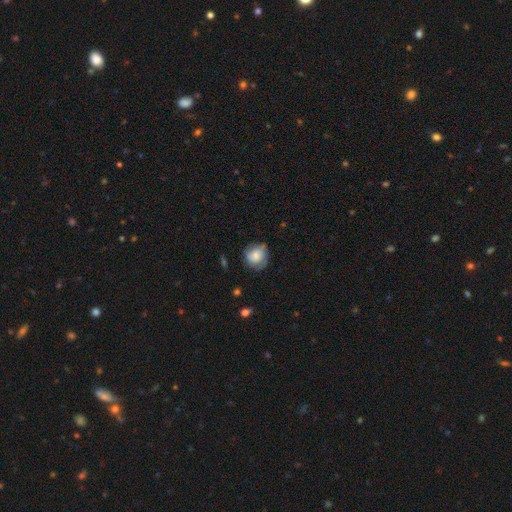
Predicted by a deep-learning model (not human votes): Smooth or featured: smooth — 60% (featured or disk — 32%)
How rounded: round — 80% (in between — 19%)
Merging: none — 64% (minor disturbance — 26%)